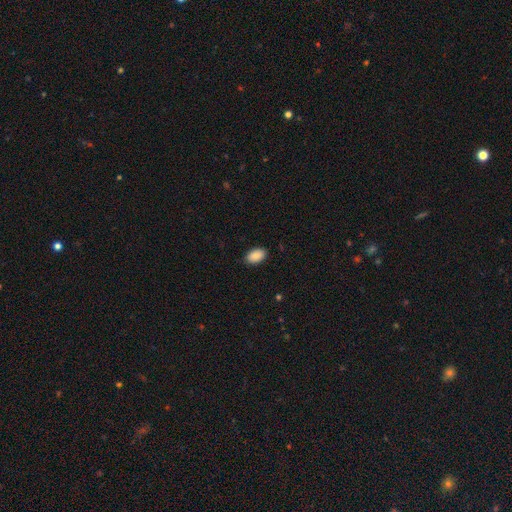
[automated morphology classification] A smooth galaxy with no disk features (89%) that is in between round and cigar-shaped (93%).

Vote fractions:
- Smooth or featured? smooth: 89% / star or artifact: 7% / featured or disk: 4%
- How rounded? in between: 93% / round: 5% / cigar-shaped: 1%
- Merging? none: 88% / minor disturbance: 9% / major disturbance: 2% / merger: 1%